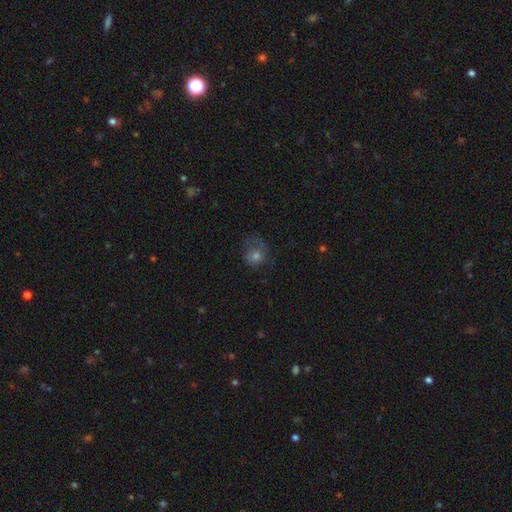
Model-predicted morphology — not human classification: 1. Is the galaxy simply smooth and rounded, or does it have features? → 58% smooth, 25% featured or disk, 18% star or artifact.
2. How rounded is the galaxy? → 71% round, 28% in between, 1% cigar-shaped.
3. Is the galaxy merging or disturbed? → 42% none, 32% major disturbance, 24% minor disturbance, 2% merger.